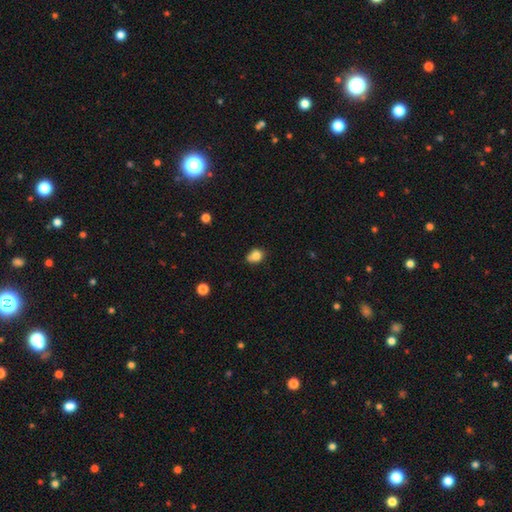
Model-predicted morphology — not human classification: Overall: smooth (82%). How rounded: round (51%; in between 48%). Merging: none (57%; minor disturbance 31%).